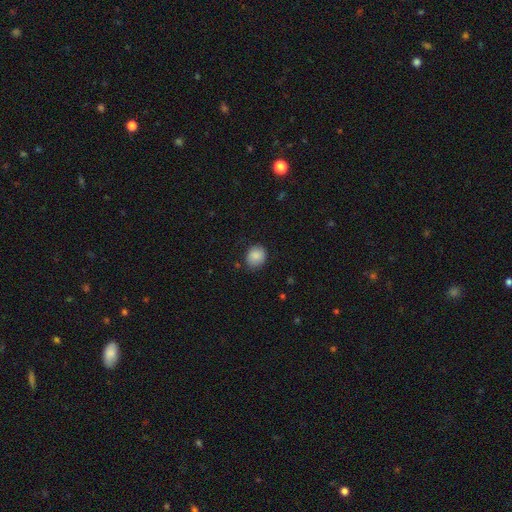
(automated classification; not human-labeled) smooth 87%, star or artifact 8%, featured or disk 5%. Down the decision tree: how rounded — round (66%); merging — none (78%).